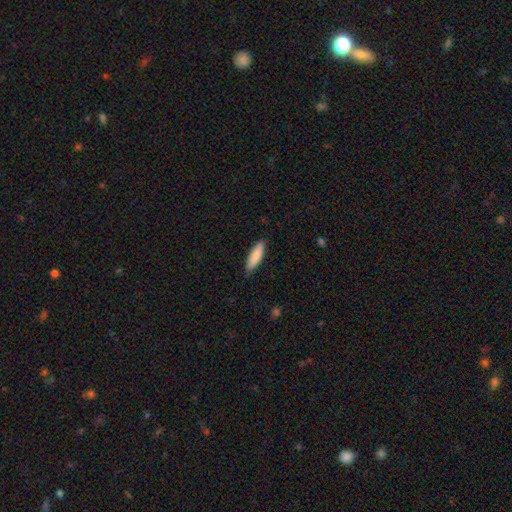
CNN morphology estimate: smooth 87%, featured or disk 8%, star or artifact 6%. Down the decision tree: how rounded — cigar-shaped (58%); merging — none (86%).